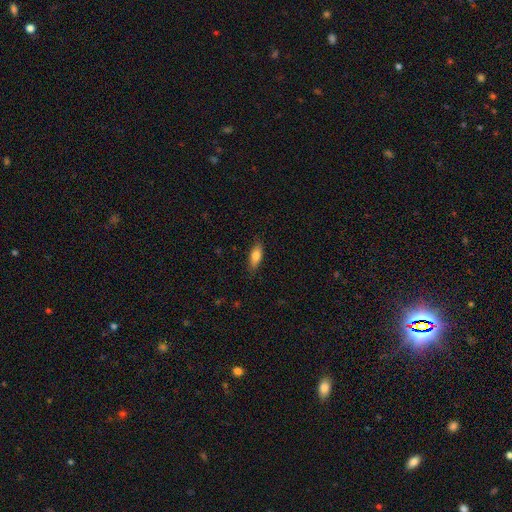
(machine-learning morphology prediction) A smooth galaxy with no disk features (80%) that is in between round and cigar-shaped (75%). Merging: none (84%).